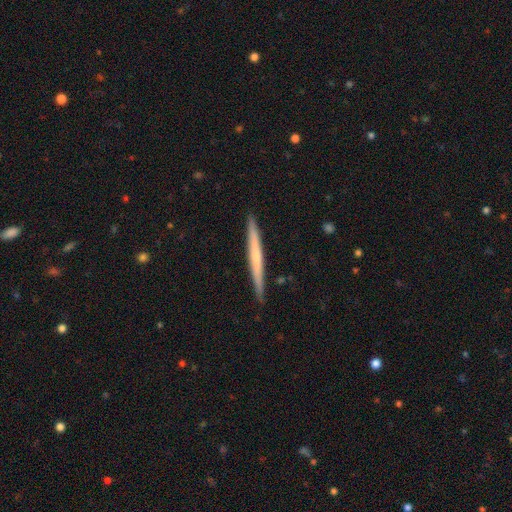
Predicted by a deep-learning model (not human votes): Smooth or featured: featured or disk — 52% (smooth — 43%)
Edge-on disk: yes — 98% (no — 2%)
Edge-on bulge: none — 65% (rounded — 28%)
Merging: none — 91% (minor disturbance — 7%)